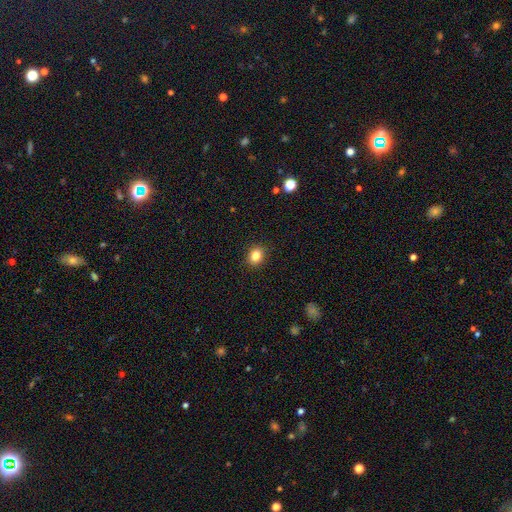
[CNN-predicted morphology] Smooth or featured? Predicted: smooth (p=0.84). How rounded? Predicted: round (p=0.57). Merging? Predicted: none (p=0.90).